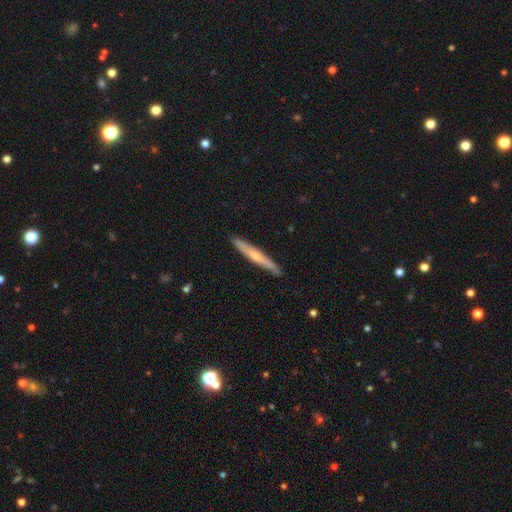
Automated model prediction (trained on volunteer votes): The model was most divided on "smooth or featured": featured or disk: 49%, smooth: 45%, star or artifact: 5%. More confident: merging — none (88%).